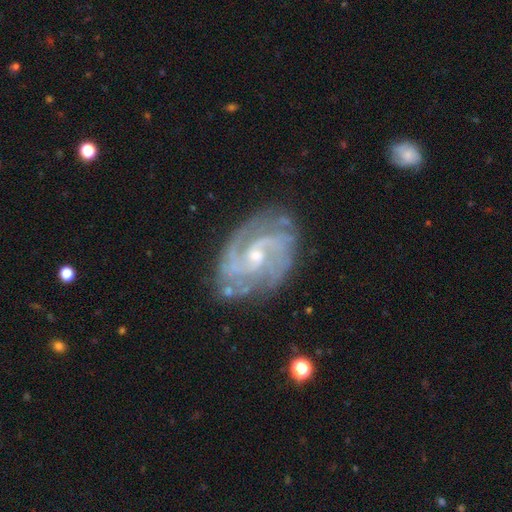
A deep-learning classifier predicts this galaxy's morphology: Smooth or featured: featured or disk — 91% (star or artifact — 5%)
Edge-on disk: no — 98% (yes — 2%)
Bar: no — 47% (weak — 44%)
Spiral arms: yes — 98% (no — 2%)
Spiral winding: tight — 46% (medium — 45%)
Spiral arm count: 2 — 53% (3 — 20%)
Bulge size: small — 58% (moderate — 38%)
Merging: none — 75% (minor disturbance — 18%)